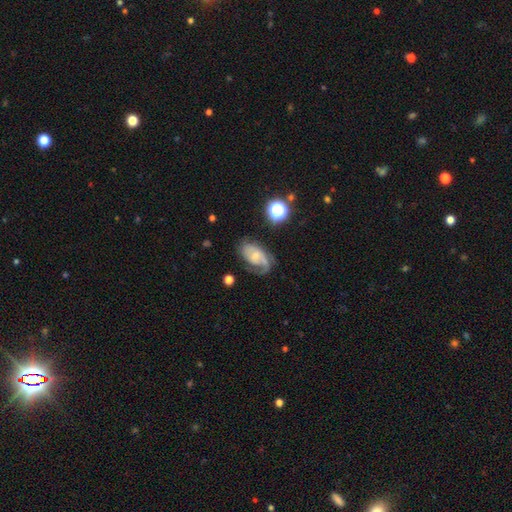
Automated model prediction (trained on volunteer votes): smooth-or-featured: featured or disk: 69% | smooth: 23% | star or artifact: 8%
  disk-edge-on: no: 96% | yes: 4%
    bar: no: 59% | weak: 35% | strong: 7%
    has-spiral-arms: yes: 89% | no: 11%
      spiral-winding: medium: 43% | tight: 31% | loose: 26%
      spiral-arm-count: 1: 41% | 2: 38% | can't tell: 15% | 3: 3% | 4: 1% | more than 4: 1%
    bulge-size: small: 53% | moderate: 36% | none: 6% | large: 4% | dominant: 1%
  merging: none: 49% | minor disturbance: 25% | major disturbance: 23% | merger: 3%